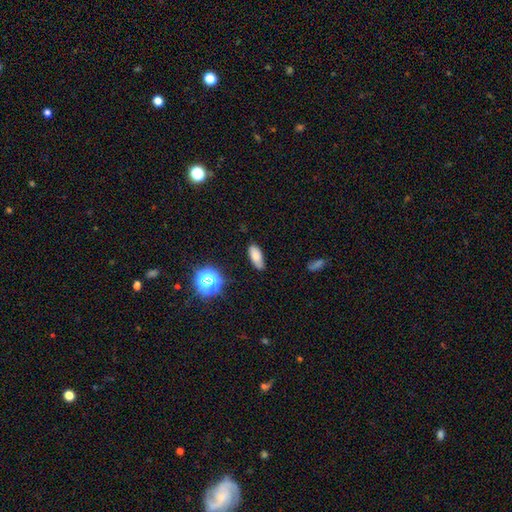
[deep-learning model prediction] A smooth galaxy with no disk features (78%) that is in between round and cigar-shaped (80%).

Vote fractions:
- Smooth or featured? smooth: 78% / star or artifact: 12% / featured or disk: 10%
- How rounded? in between: 80% / cigar-shaped: 17% / round: 4%
- Merging? none: 75% / minor disturbance: 20% / major disturbance: 4% / merger: 2%